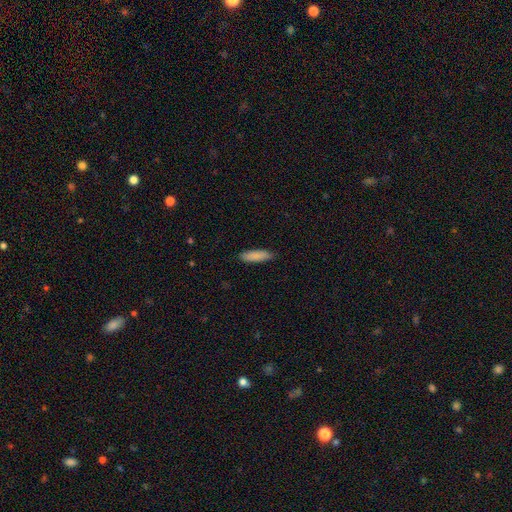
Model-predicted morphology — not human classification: The model was most divided on "how rounded": cigar-shaped: 59%, in between: 40%, round: 1%. More confident: smooth or featured — smooth (87%); merging — none (87%).